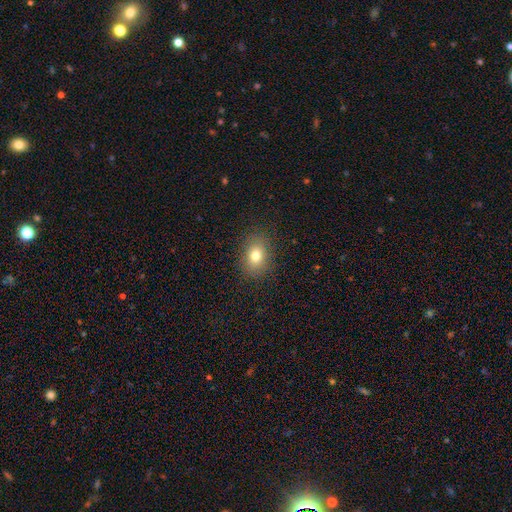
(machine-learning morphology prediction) This appears to be a smooth galaxy with no disk features (77%) that is in between round and cigar-shaped (66%). Merging: none (87%).